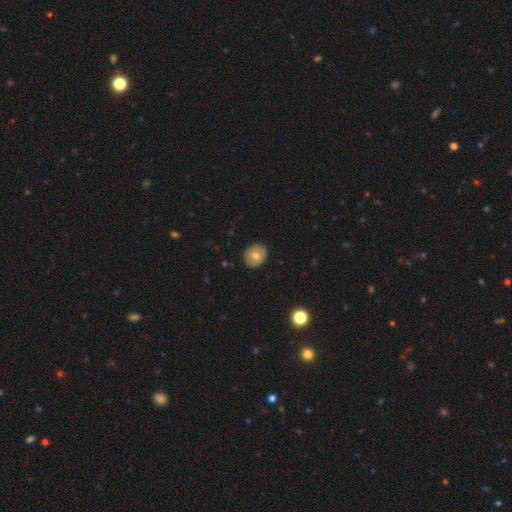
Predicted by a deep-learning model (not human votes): A smooth galaxy with no disk features (66%) that is round (69%). Merging: none (86%).